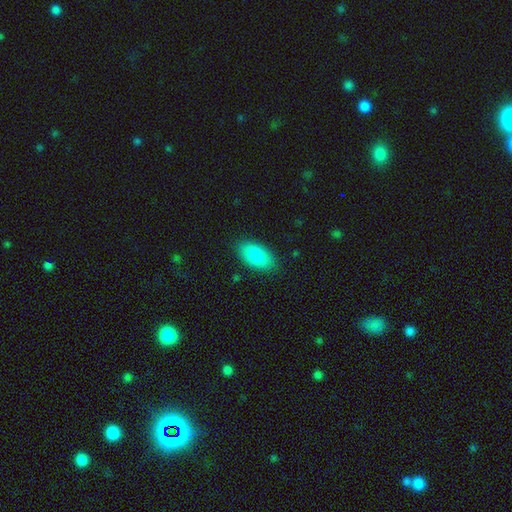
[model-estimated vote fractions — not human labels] Overall: smooth (85%). How rounded: in between (93%). Merging: none (86%).